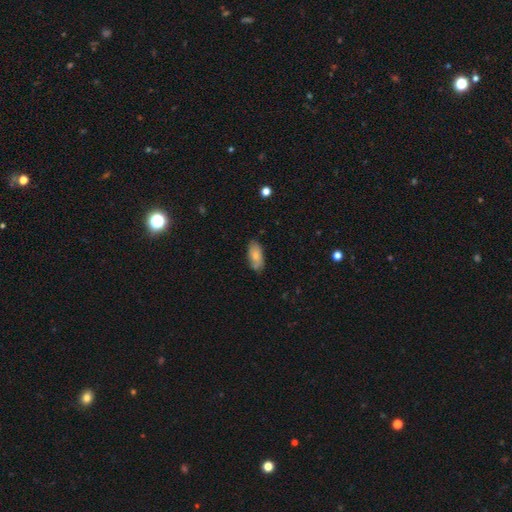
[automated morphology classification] A smooth galaxy with no disk features (71%) that is in between round and cigar-shaped (90%). Merging: none (72%).